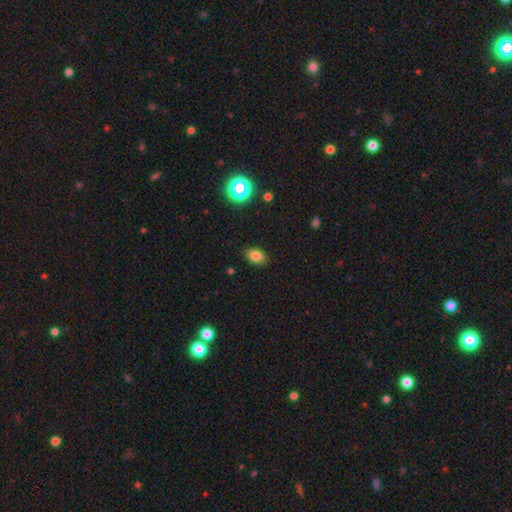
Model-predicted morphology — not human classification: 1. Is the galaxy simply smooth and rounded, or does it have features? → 80% smooth, 14% star or artifact, 7% featured or disk.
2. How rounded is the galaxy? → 77% in between, 21% round, 1% cigar-shaped.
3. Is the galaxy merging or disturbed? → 87% none, 9% minor disturbance, 2% major disturbance, 1% merger.